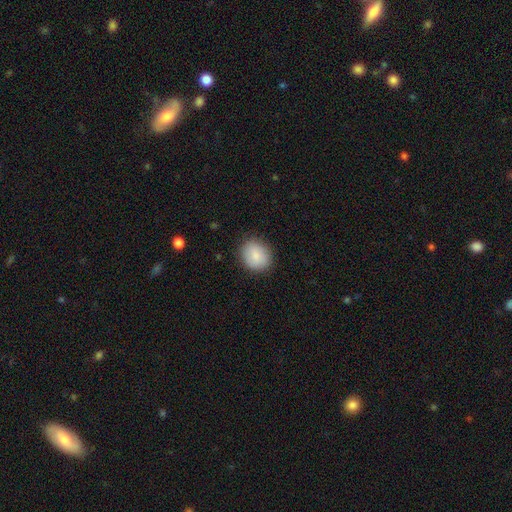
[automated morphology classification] Smooth or featured? Predicted: smooth (p=0.85). How rounded? Predicted: round (p=0.69). Merging? Predicted: none (p=0.86).